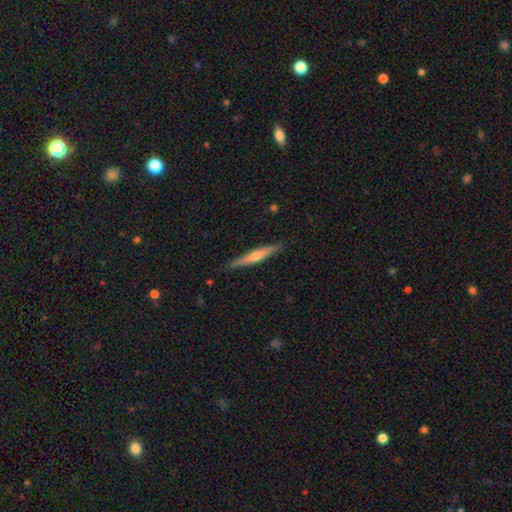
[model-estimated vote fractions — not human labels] smooth-or-featured: featured or disk: 56% | smooth: 39% | star or artifact: 6%
  disk-edge-on: yes: 97% | no: 3%
    edge-on-bulge: rounded: 76% | none: 19% | boxy: 6%
  merging: none: 89% | minor disturbance: 8% | major disturbance: 2% | merger: 1%